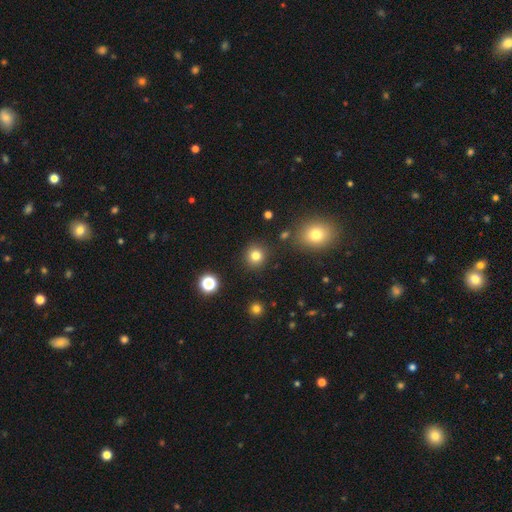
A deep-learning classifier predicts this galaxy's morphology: This appears to be a smooth galaxy with no disk features (80%) that is round (92%). Merging: none (89%).